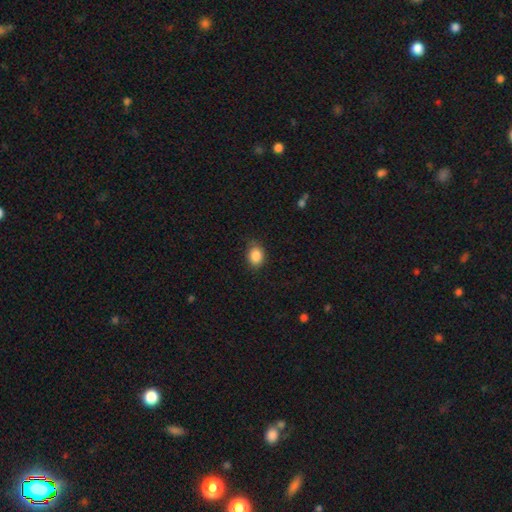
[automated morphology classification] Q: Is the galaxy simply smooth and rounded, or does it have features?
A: smooth — 87%.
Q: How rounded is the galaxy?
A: in between — 55%.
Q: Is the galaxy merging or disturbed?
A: none — 80%.